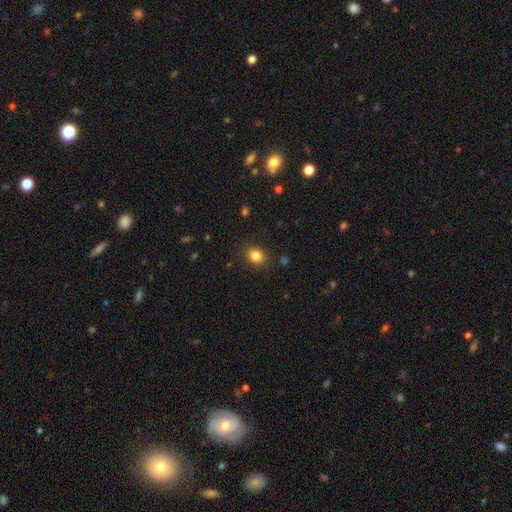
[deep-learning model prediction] This appears to be a smooth galaxy with no disk features (84%) that is in between round and cigar-shaped (52%). Merging: none (85%).